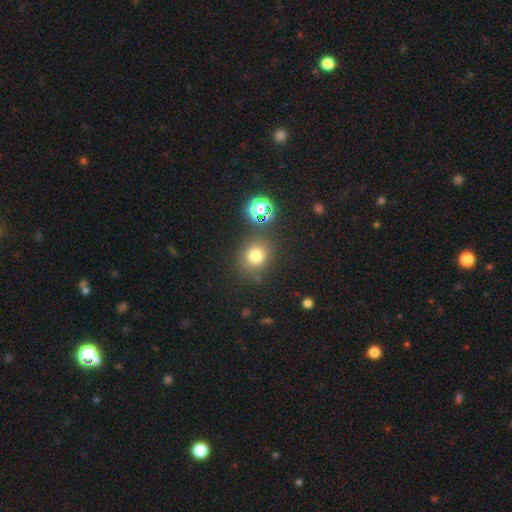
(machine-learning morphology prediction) type=smooth (74%); roundness=round (79%); merging=none (78%).